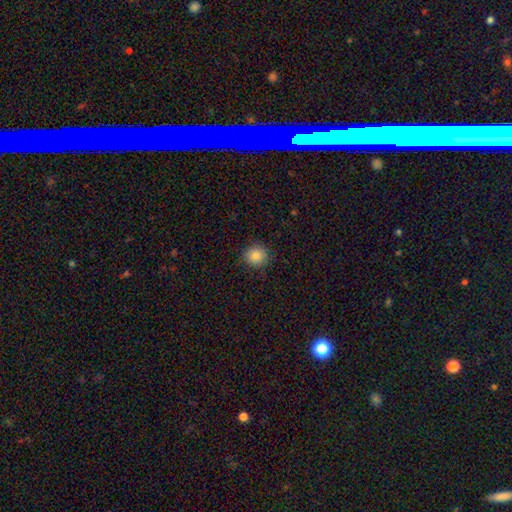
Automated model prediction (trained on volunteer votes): Smooth or featured? smooth (86%)
How rounded? round (90%)
Merging? none (90%)